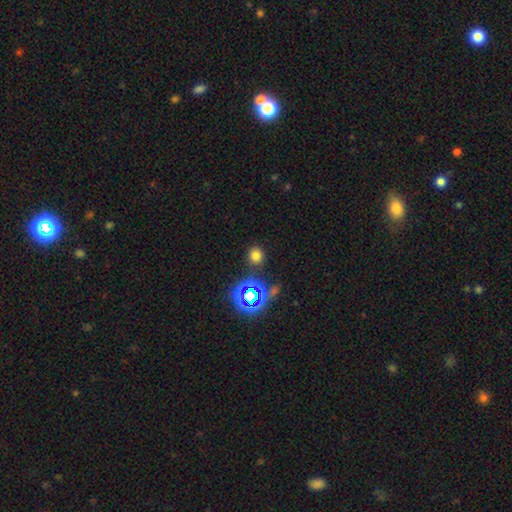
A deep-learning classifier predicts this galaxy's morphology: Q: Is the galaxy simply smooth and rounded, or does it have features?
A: smooth — 68%.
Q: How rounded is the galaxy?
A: round — 88%.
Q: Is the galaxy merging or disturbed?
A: none — 84%.